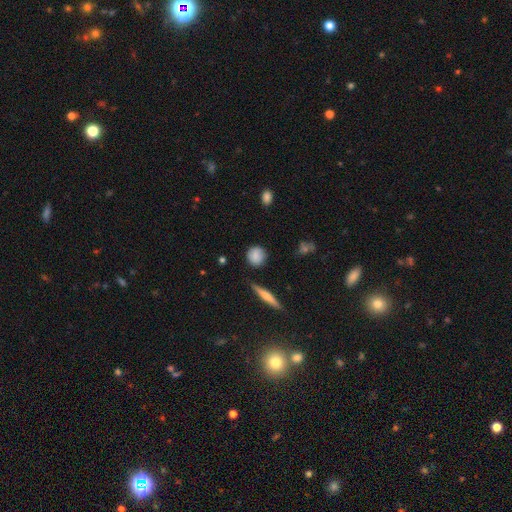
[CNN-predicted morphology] The model was most divided on "smooth or featured": smooth: 79%, featured or disk: 13%, star or artifact: 8%. More confident: how rounded — round (85%); merging — none (81%).